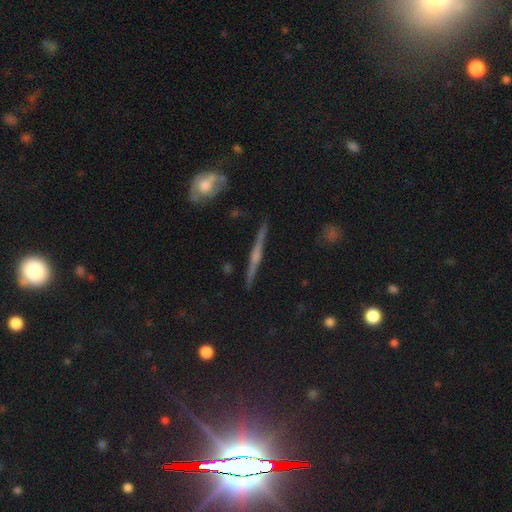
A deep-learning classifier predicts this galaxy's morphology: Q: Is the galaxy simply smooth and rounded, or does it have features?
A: featured or disk — 76%.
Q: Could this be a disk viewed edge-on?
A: yes — 97%.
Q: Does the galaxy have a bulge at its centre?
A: rounded — 67%.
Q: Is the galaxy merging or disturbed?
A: none — 90%.